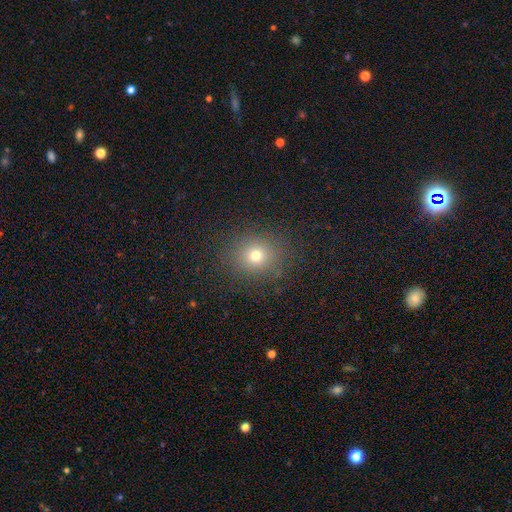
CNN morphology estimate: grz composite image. It shows a smooth galaxy with no disk features (73%) that is round (80%). Merging: none (87%).